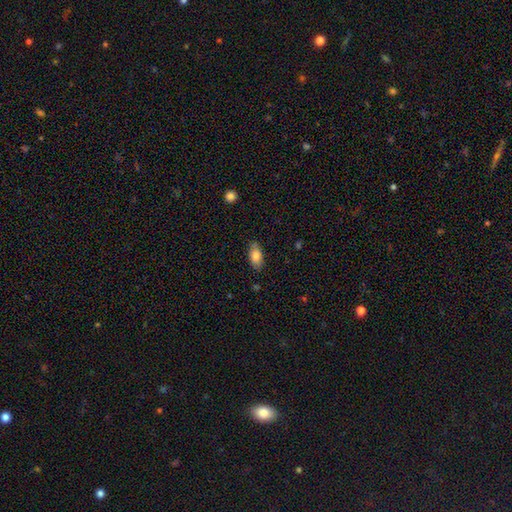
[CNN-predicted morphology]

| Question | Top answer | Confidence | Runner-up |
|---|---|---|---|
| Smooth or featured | smooth | 82% | featured or disk (11%) |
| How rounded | in between | 89% | cigar-shaped (7%) |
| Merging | none | 80% | minor disturbance (15%) |